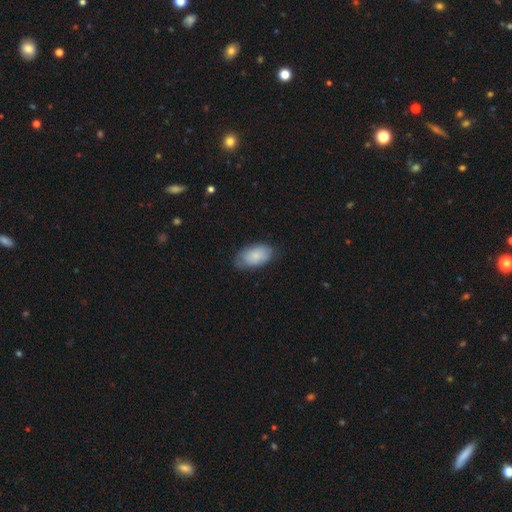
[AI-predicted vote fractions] A smooth galaxy with no disk features (82%) that is in between round and cigar-shaped (94%).

Vote fractions:
- Smooth or featured? smooth: 82% / featured or disk: 12% / star or artifact: 6%
- How rounded? in between: 94% / round: 5% / cigar-shaped: 2%
- Merging? none: 70% / minor disturbance: 24% / major disturbance: 5% / merger: 1%